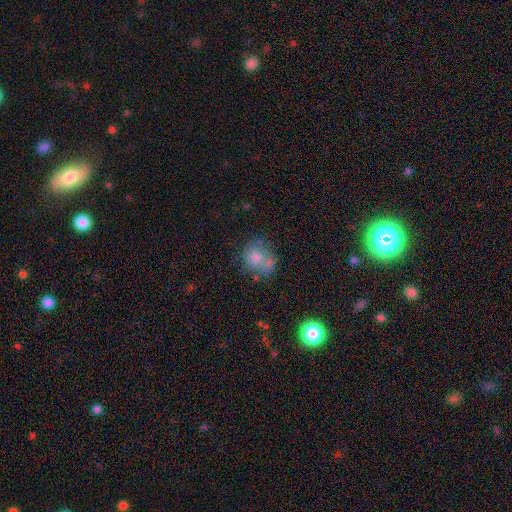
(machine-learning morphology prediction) Smooth or featured?
  - smooth: 72% *
  - featured or disk: 16%
  - star or artifact: 12%
How rounded?
  - round: 70% *
  - in between: 29%
  - cigar-shaped: 1%
Merging?
  - none: 41% *
  - merger: 26%
  - minor disturbance: 20%
  - major disturbance: 13%